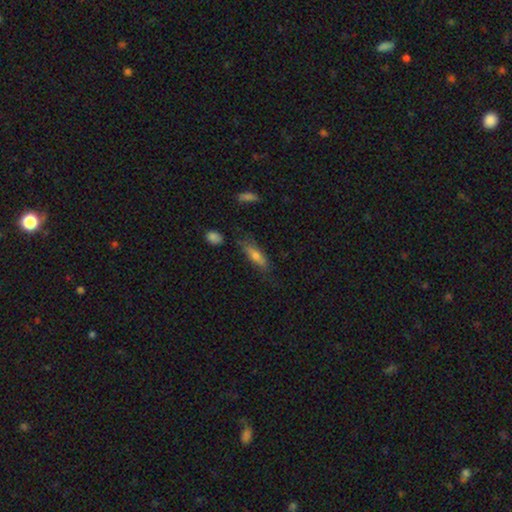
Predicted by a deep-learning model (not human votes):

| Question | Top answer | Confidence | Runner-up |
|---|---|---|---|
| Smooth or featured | smooth | 60% | featured or disk (31%) |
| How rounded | cigar-shaped | 62% | in between (36%) |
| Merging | none | 72% | minor disturbance (20%) |